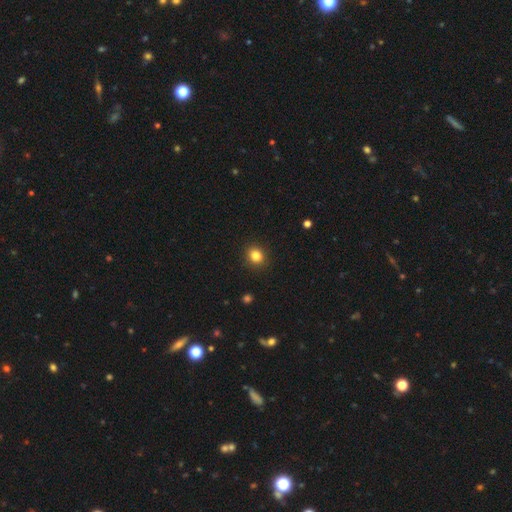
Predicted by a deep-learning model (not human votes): smooth_or_featured: smooth (p=0.83) [alt: star or artifact p=0.11]
how_rounded: round (p=0.71) [alt: in between p=0.28]
merging: none (p=0.90) [alt: minor disturbance p=0.07]